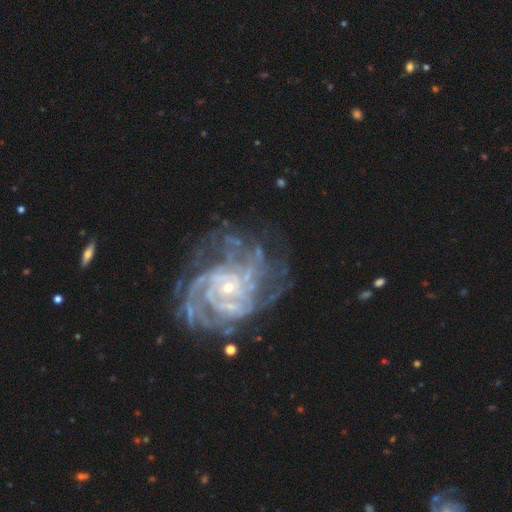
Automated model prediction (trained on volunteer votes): Smooth or featured? Predicted: featured or disk (p=0.88). Edge-on disk? Predicted: no (p=0.97). Bar? Predicted: no (p=0.68). Spiral arms? Predicted: yes (p=0.96). Spiral winding? Predicted: tight (p=0.69). Spiral arm count? Predicted: can't tell (p=0.29). Bulge size? Predicted: small (p=0.79). Merging? Predicted: none (p=0.62).